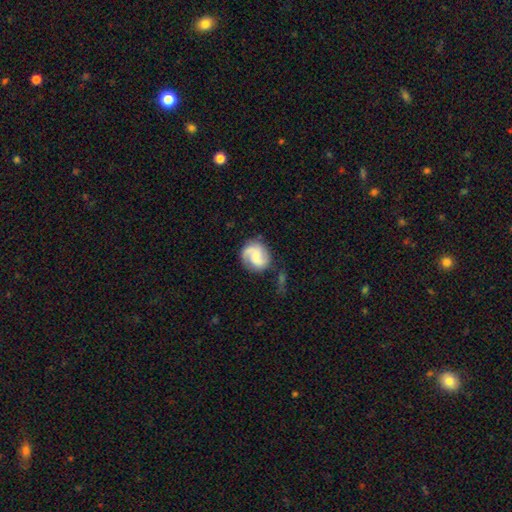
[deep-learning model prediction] Q: Smooth or featured?
A: featured or disk (73%); runner-up: smooth (21%)
Q: Edge-on disk?
A: no (98%); runner-up: yes (2%)
Q: Bar?
A: no (49%); runner-up: weak (42%)
Q: Spiral arms?
A: yes (95%); runner-up: no (5%)
Q: Spiral winding?
A: medium (47%); runner-up: tight (28%)
Q: Spiral arm count?
A: 2 (80%); runner-up: can't tell (7%)
Q: Bulge size?
A: small (42%); runner-up: moderate (30%)
Q: Merging?
A: none (67%); runner-up: minor disturbance (19%)